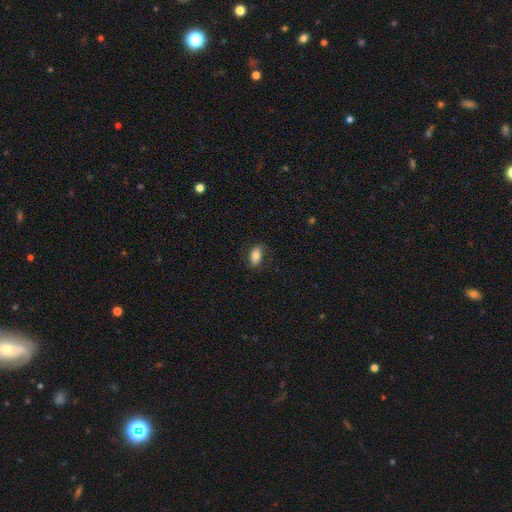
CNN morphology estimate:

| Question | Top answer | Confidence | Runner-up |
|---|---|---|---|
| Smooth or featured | smooth | 75% | featured or disk (18%) |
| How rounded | in between | 90% | round (7%) |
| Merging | none | 75% | minor disturbance (17%) |